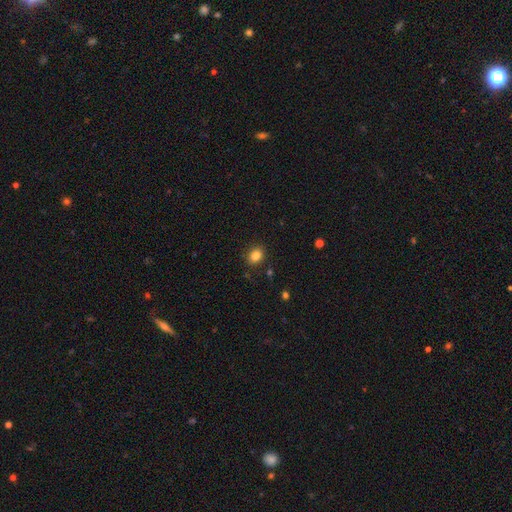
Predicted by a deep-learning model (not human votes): Overall: smooth (83%). How rounded: in between (55%; round 44%). Merging: none (87%).